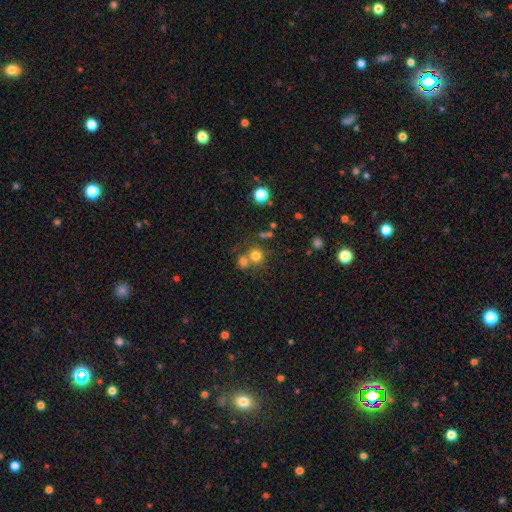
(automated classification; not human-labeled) smooth_or_featured: smooth (p=0.75) [alt: star or artifact p=0.16]
how_rounded: round (p=0.89) [alt: in between p=0.10]
merging: none (p=0.54) [alt: merger p=0.34]